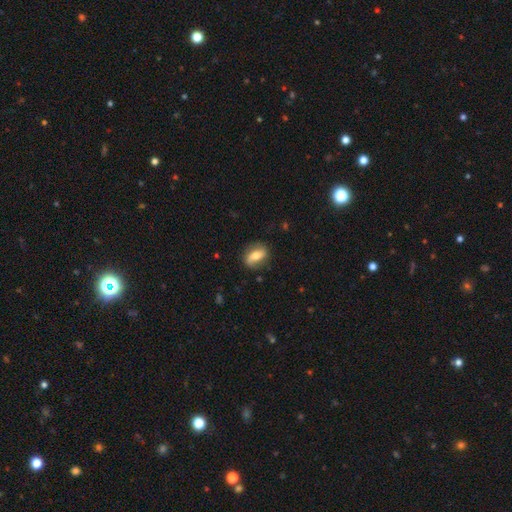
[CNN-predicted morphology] Q: Smooth or featured?
A: smooth (49%); runner-up: featured or disk (43%)
Q: Merging?
A: none (79%); runner-up: minor disturbance (15%)